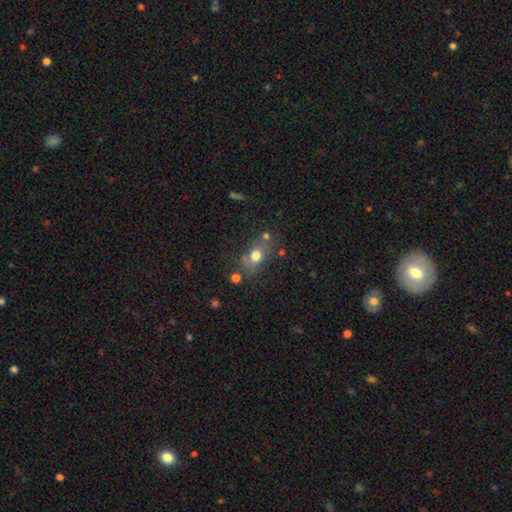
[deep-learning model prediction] smooth-or-featured: smooth: 71% | star or artifact: 14% | featured or disk: 14%
  how-rounded: in between: 54% | round: 41% | cigar-shaped: 5%
  merging: none: 62% | minor disturbance: 18% | merger: 11% | major disturbance: 9%